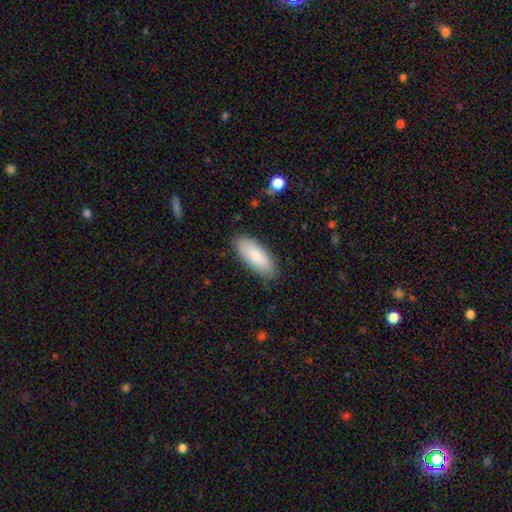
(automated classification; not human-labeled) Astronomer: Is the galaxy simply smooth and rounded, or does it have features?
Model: smooth — 83%.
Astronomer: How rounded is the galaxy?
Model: in between — 78%.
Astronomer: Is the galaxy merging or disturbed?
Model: none — 85%.